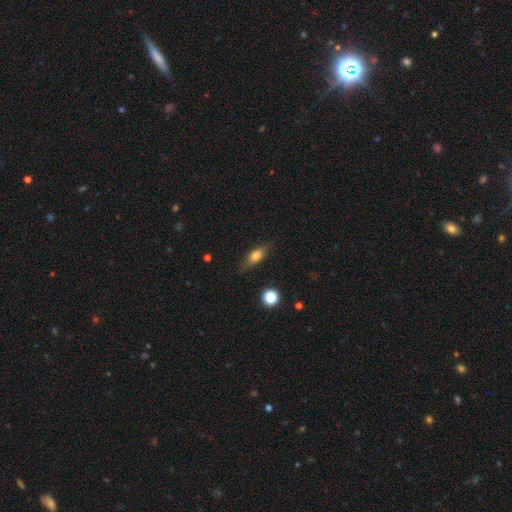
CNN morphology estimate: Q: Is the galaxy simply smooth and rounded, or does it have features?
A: smooth — 71%.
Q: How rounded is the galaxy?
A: in between — 71%.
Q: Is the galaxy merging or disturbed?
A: none — 78%.